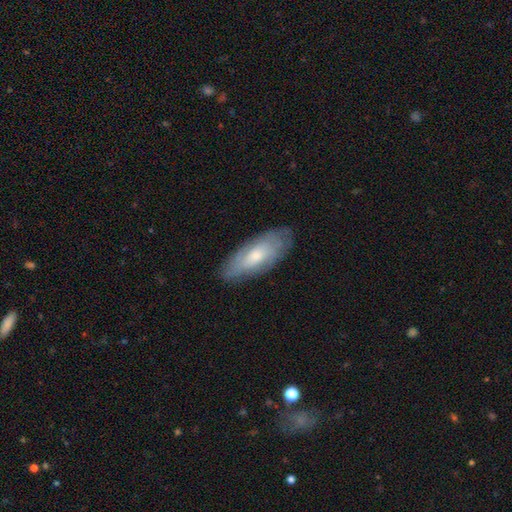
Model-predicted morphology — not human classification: smooth 49%, featured or disk 45%, star or artifact 6%. Down the decision tree: merging — none (77%).